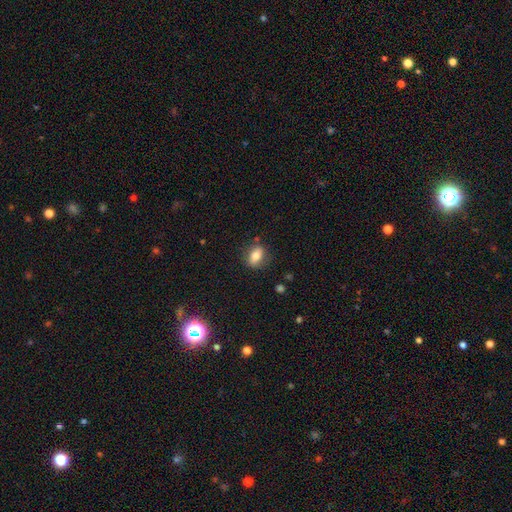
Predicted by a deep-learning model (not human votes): A smooth galaxy with no disk features (73%) that is in between round and cigar-shaped (72%). Merging: none (80%).